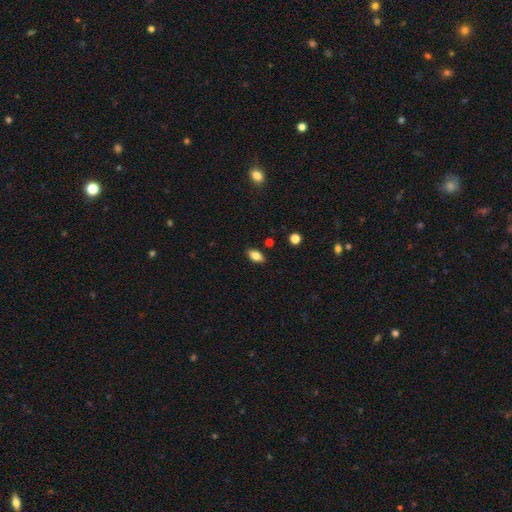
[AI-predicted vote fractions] This is clearly a smooth galaxy (80%). How rounded: clearly in between (89%). Merging: clearly none (87%).